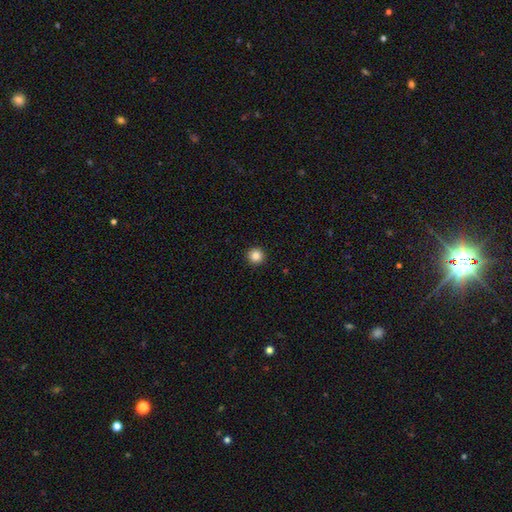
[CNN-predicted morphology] The model was most divided on "smooth or featured": smooth: 85%, star or artifact: 10%, featured or disk: 5%. More confident: how rounded — round (96%); merging — none (93%).